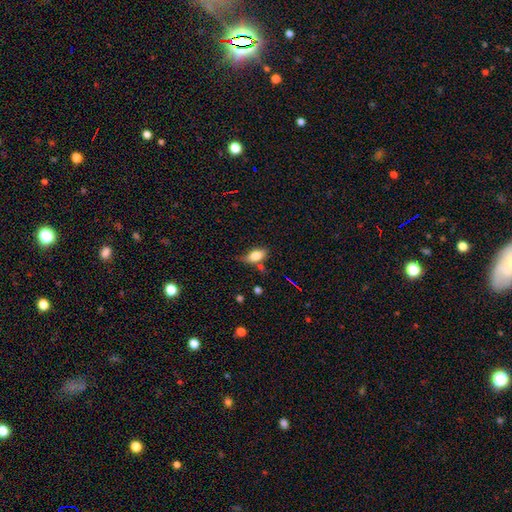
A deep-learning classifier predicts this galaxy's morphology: Smooth or featured: smooth — 77% (featured or disk — 14%)
How rounded: in between — 86% (cigar-shaped — 7%)
Merging: none — 49% (minor disturbance — 32%)